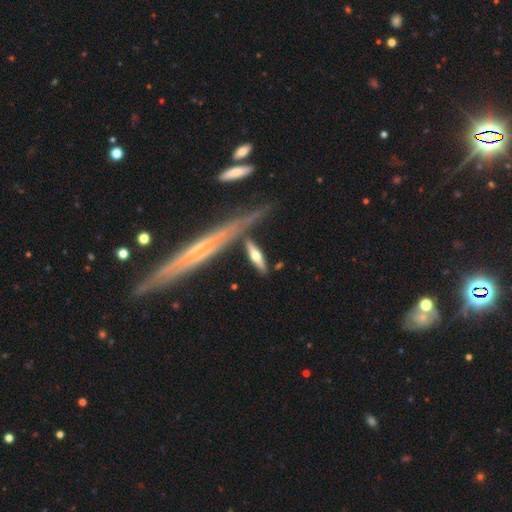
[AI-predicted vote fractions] featured or disk 50%, smooth 44%, star or artifact 6%. Down the decision tree: merging — none (70%).